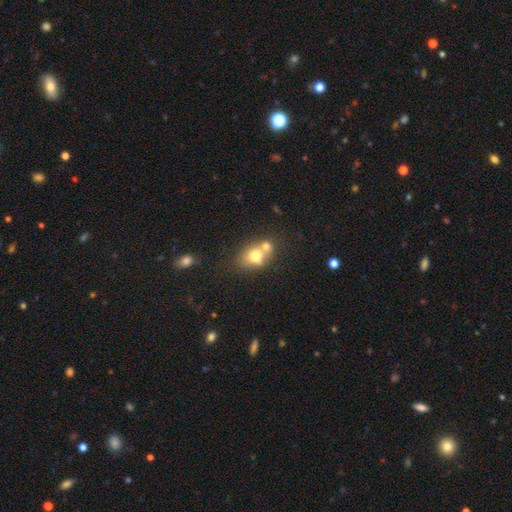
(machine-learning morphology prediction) Smooth or featured? smooth (70%)
How rounded? in between (56%)
Merging? merger (52%)